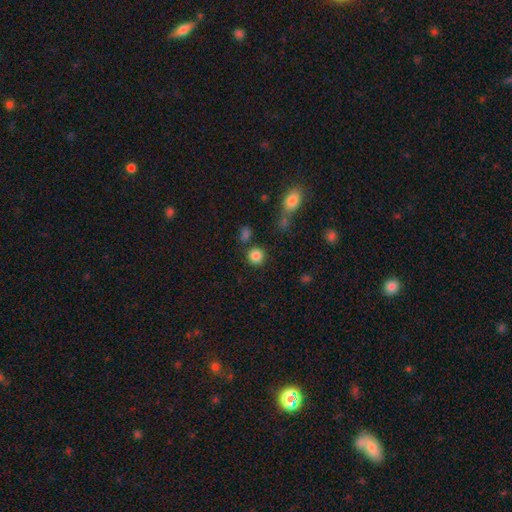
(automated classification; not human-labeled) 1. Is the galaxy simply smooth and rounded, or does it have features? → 85% smooth, 11% star or artifact, 4% featured or disk.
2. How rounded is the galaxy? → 92% round, 7% in between, 1% cigar-shaped.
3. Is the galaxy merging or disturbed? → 82% none, 8% minor disturbance, 7% merger, 4% major disturbance.